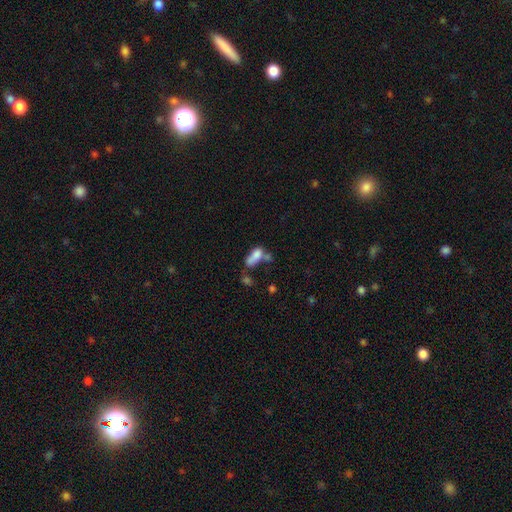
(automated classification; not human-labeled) Q: Smooth or featured?
A: smooth (71%); runner-up: featured or disk (18%)
Q: How rounded?
A: in between (81%); runner-up: cigar-shaped (14%)
Q: Merging?
A: merger (42%); runner-up: none (24%)